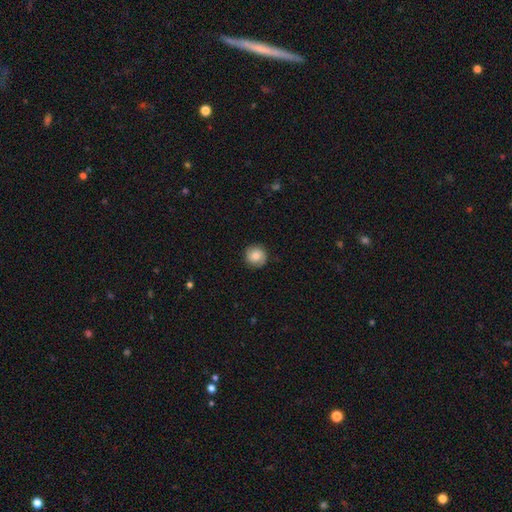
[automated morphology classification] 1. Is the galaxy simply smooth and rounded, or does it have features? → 79% smooth, 13% featured or disk, 8% star or artifact.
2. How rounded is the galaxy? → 93% round, 6% in between, 1% cigar-shaped.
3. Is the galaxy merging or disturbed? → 89% none, 8% minor disturbance, 2% major disturbance, 1% merger.